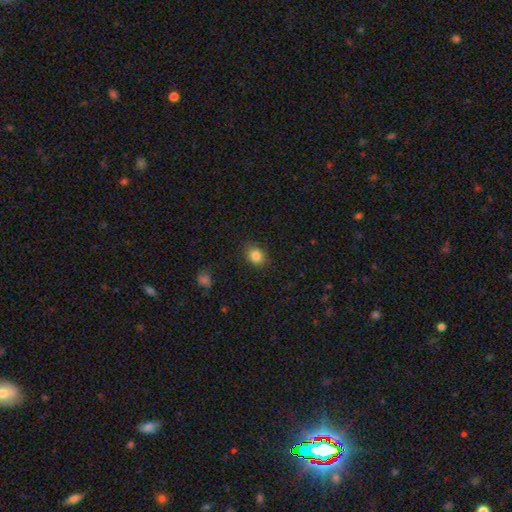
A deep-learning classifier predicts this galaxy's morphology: smooth_or_featured: smooth (p=0.85) [alt: star or artifact p=0.10]
how_rounded: in between (p=0.52) [alt: round p=0.47]
merging: none (p=0.84) [alt: minor disturbance p=0.12]